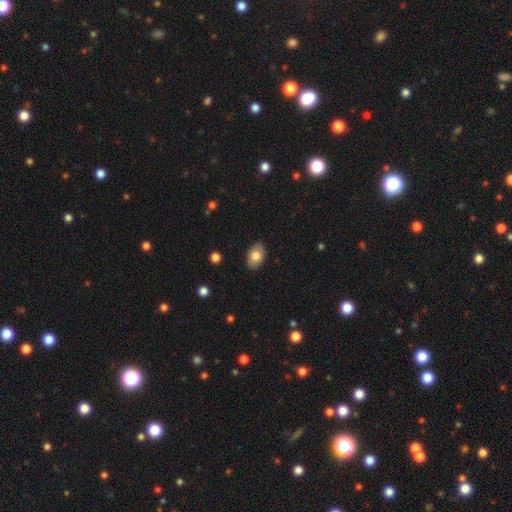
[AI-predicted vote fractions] Smooth or featured?
  - smooth: 80% *
  - featured or disk: 13%
  - star or artifact: 7%
How rounded?
  - in between: 87% *
  - round: 12%
  - cigar-shaped: 1%
Merging?
  - none: 88% *
  - minor disturbance: 9%
  - major disturbance: 2%
  - merger: 1%